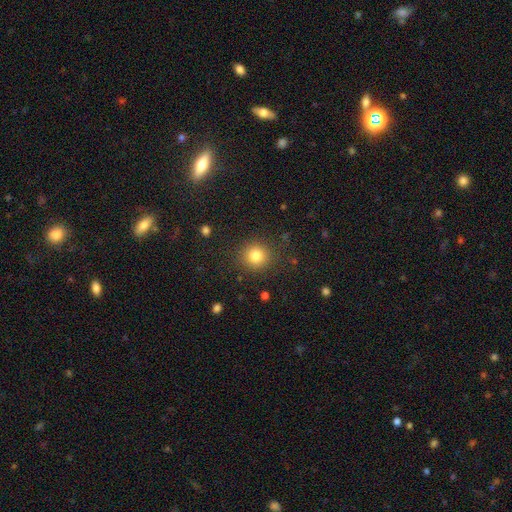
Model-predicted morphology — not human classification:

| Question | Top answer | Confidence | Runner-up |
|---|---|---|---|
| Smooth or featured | smooth | 82% | star or artifact (12%) |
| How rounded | round | 91% | in between (8%) |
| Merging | none | 88% | minor disturbance (7%) |